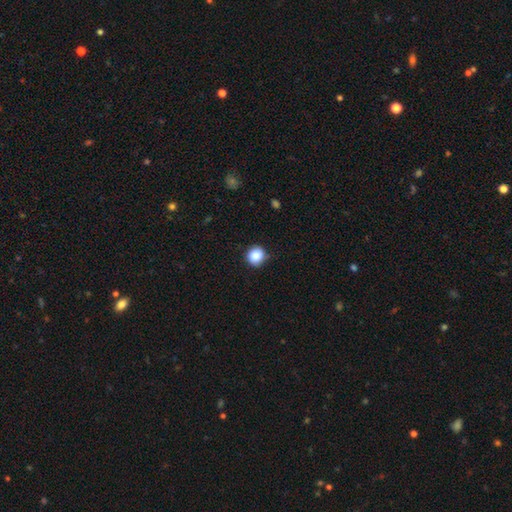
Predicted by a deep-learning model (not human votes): Smooth or featured: smooth — 86% (star or artifact — 10%)
How rounded: round — 89% (in between — 10%)
Merging: none — 83% (minor disturbance — 13%)